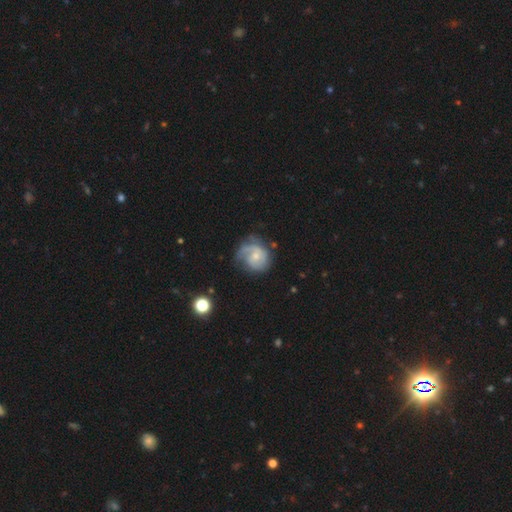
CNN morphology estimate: Smooth or featured: featured or disk — 69% (smooth — 24%)
Edge-on disk: no — 98% (yes — 2%)
Bar: no — 70% (weak — 27%)
Spiral arms: yes — 89% (no — 11%)
Spiral winding: tight — 42% (medium — 36%)
Spiral arm count: 1 — 41% (2 — 33%)
Bulge size: small — 60% (moderate — 34%)
Merging: none — 51% (minor disturbance — 26%)